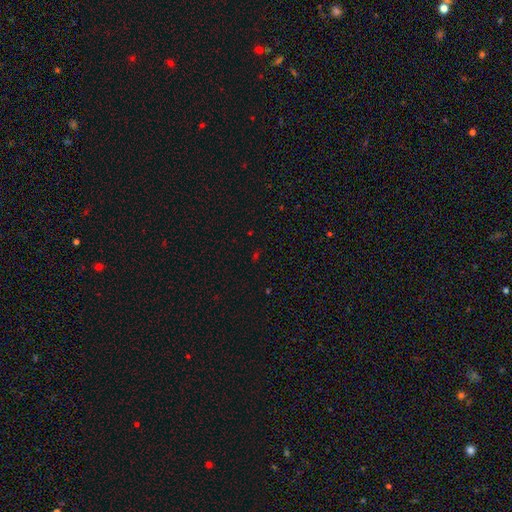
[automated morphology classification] The model was most divided on "smooth or featured": star or artifact: 60%, smooth: 33%, featured or disk: 7%.